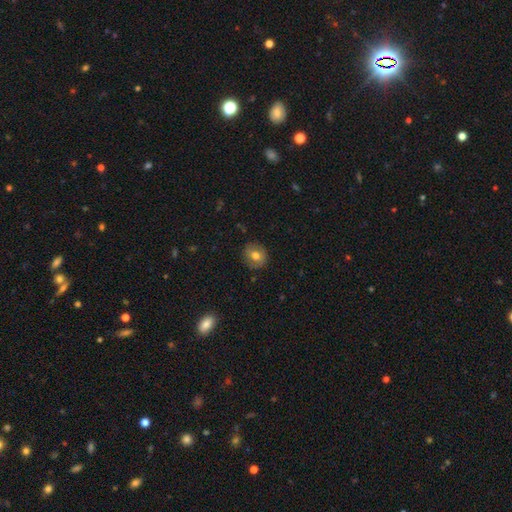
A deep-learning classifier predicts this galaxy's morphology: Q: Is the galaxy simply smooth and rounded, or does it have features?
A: smooth — 69%.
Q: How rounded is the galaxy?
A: round — 75%.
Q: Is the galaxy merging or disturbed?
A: none — 84%.